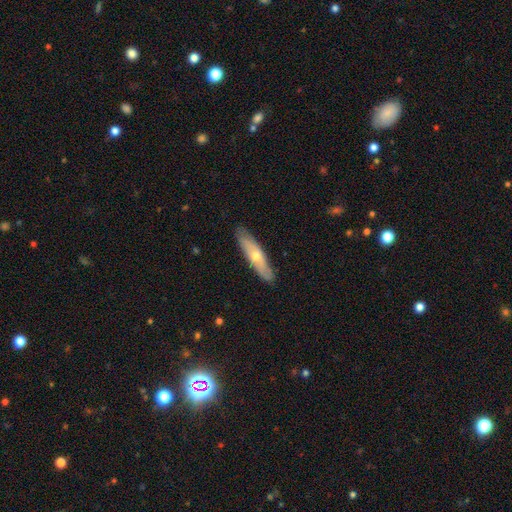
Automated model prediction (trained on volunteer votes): Smooth or featured? Predicted: featured or disk (p=0.49). Merging? Predicted: none (p=0.85).